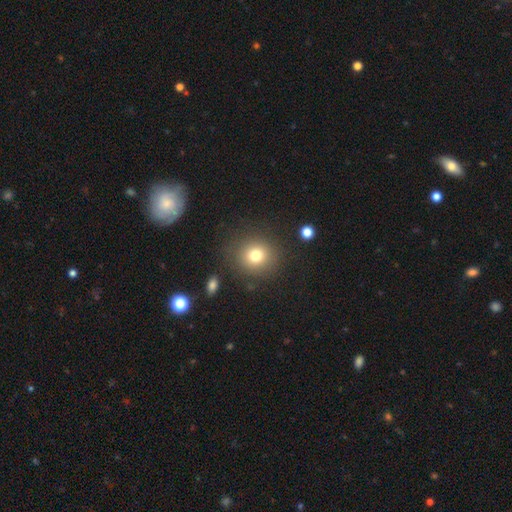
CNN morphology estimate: The model was most divided on "smooth or featured": smooth: 77%, star or artifact: 13%, featured or disk: 10%. More confident: how rounded — round (86%); merging — none (85%).